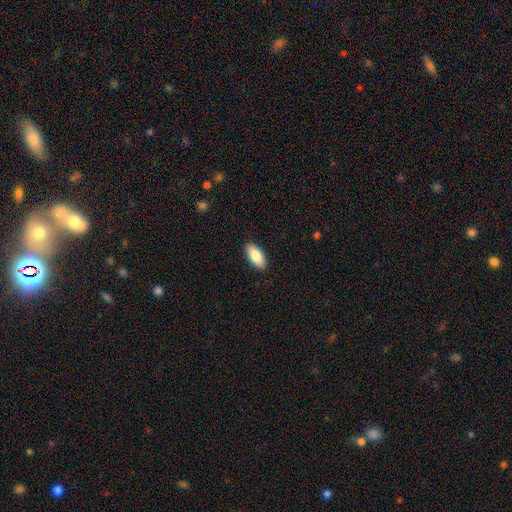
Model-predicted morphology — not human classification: The model was most divided on "smooth or featured": smooth: 83%, featured or disk: 11%, star or artifact: 6%. More confident: merging — none (90%); how rounded — in between (88%).